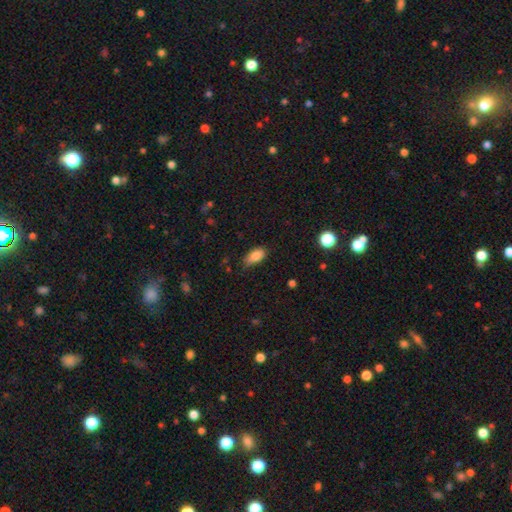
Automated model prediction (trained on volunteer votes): A smooth galaxy with no disk features (85%) that is in between round and cigar-shaped (90%).

Vote fractions:
- Smooth or featured? smooth: 85% / star or artifact: 8% / featured or disk: 6%
- How rounded? in between: 90% / cigar-shaped: 6% / round: 4%
- Merging? none: 66% / minor disturbance: 28% / major disturbance: 5% / merger: 2%